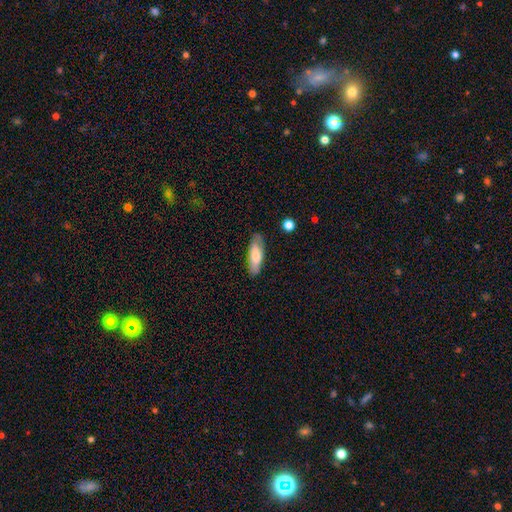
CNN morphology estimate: This is likely a smooth galaxy (71%). How rounded: possibly in between (59%). Merging: clearly none (83%).